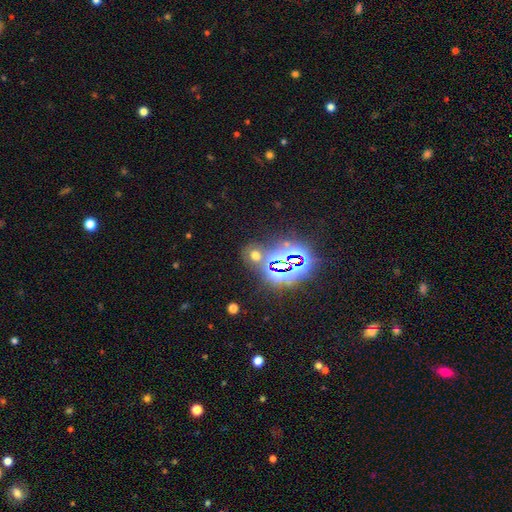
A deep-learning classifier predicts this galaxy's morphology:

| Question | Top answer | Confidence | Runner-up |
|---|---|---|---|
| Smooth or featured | star or artifact | 49% | smooth (43%) |